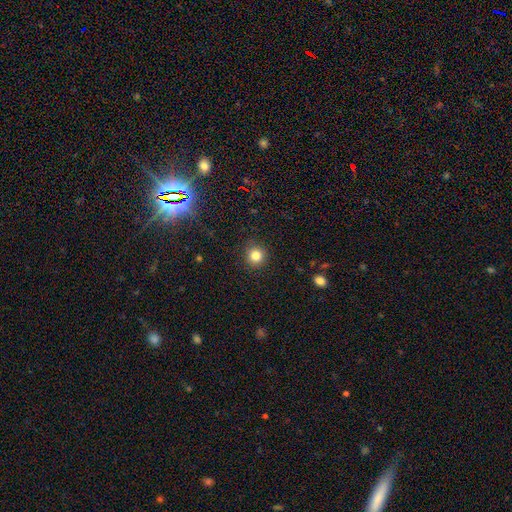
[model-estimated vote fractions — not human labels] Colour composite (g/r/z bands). It shows a smooth galaxy with no disk features (82%) that is round (92%). Merging: none (90%).